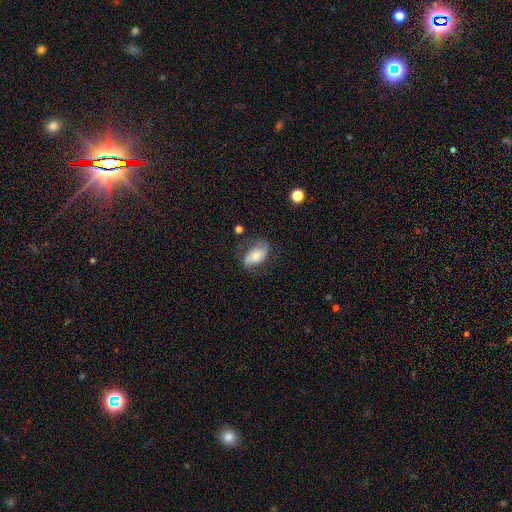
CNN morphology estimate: smooth_or_featured: featured or disk (p=0.49) [alt: smooth p=0.43]
merging: none (p=0.57) [alt: minor disturbance p=0.26]